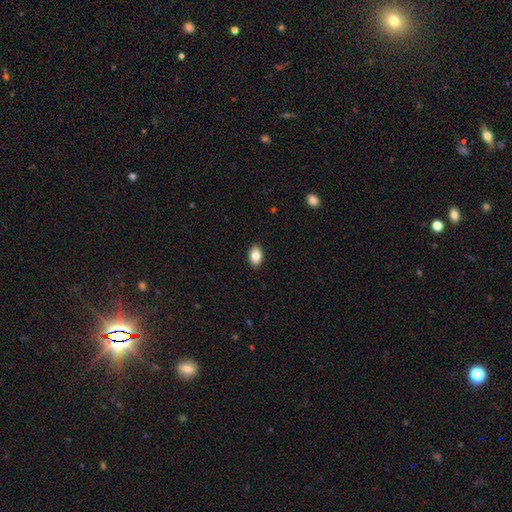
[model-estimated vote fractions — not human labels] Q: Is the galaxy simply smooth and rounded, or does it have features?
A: smooth — 85%.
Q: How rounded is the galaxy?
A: in between — 89%.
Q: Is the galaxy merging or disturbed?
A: none — 90%.